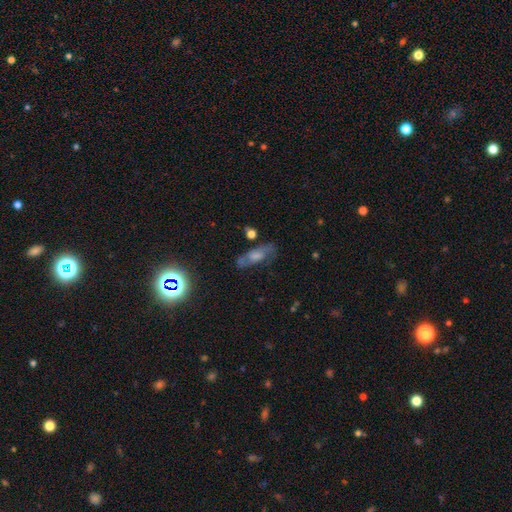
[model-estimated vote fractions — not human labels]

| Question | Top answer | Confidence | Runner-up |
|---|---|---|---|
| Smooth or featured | featured or disk | 47% | smooth (39%) |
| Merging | none | 59% | minor disturbance (23%) |